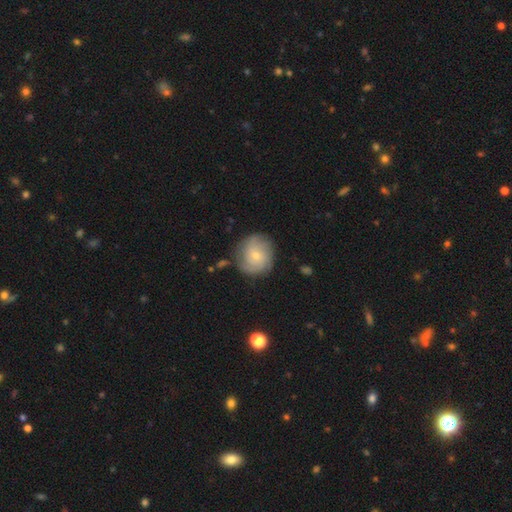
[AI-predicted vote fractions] Morphology: type=featured or disk (55%); edge-on=no (98%); bar=no (72%); spiral arms=yes (85%); bulge=small (70%); merging=none (76%).